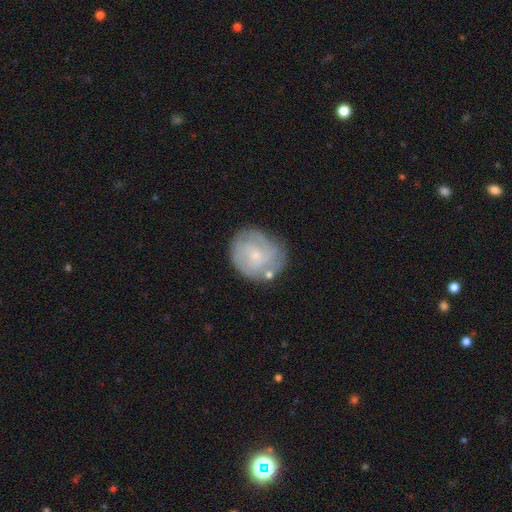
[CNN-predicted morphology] smooth-or-featured: featured or disk: 62% | smooth: 31% | star or artifact: 7%
  disk-edge-on: no: 98% | yes: 2%
    bar: no: 73% | weak: 24% | strong: 3%
    has-spiral-arms: yes: 83% | no: 17%
      spiral-winding: tight: 64% | medium: 27% | loose: 9%
      spiral-arm-count: can't tell: 43% | 3: 21% | 2: 18% | 4: 9% | 1: 5% | more than 4: 4%
    bulge-size: small: 74% | moderate: 20% | none: 4% | large: 1% | dominant: 1%
  merging: none: 69% | minor disturbance: 19% | major disturbance: 6% | merger: 6%